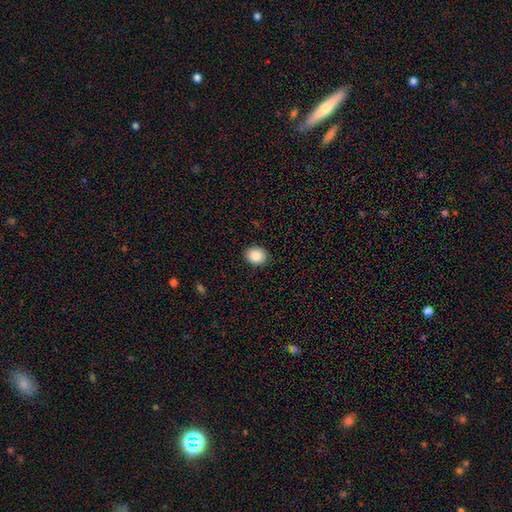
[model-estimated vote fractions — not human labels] A smooth galaxy with no disk features (88%) that is round (61%). Merging: none (89%).